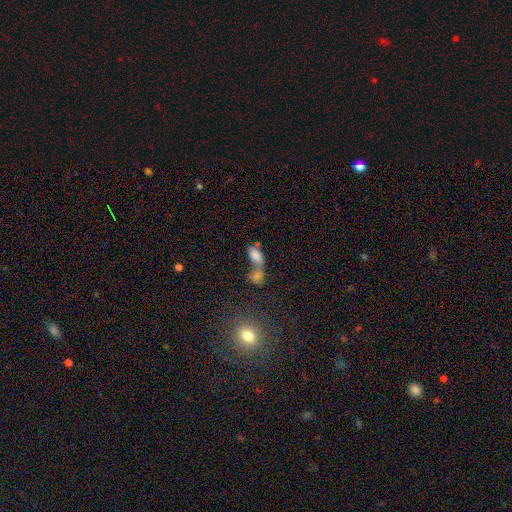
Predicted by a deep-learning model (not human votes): smooth-or-featured: smooth: 74% | featured or disk: 15% | star or artifact: 11%
  how-rounded: in between: 88% | cigar-shaped: 6% | round: 6%
  merging: merger: 70% | none: 16% | minor disturbance: 7% | major disturbance: 7%